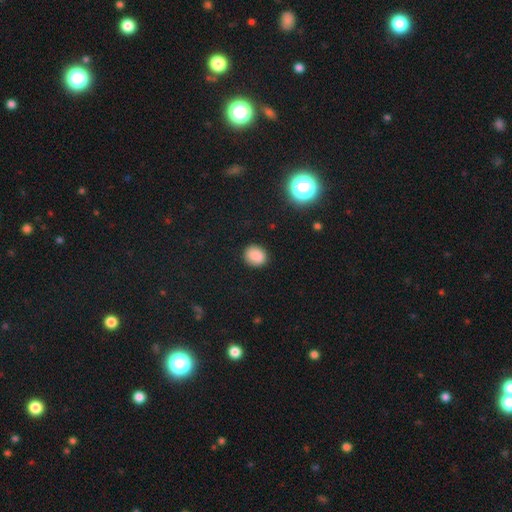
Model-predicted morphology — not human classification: Q: Smooth or featured?
A: smooth (86%); runner-up: star or artifact (10%)
Q: How rounded?
A: round (65%); runner-up: in between (34%)
Q: Merging?
A: none (87%); runner-up: minor disturbance (9%)